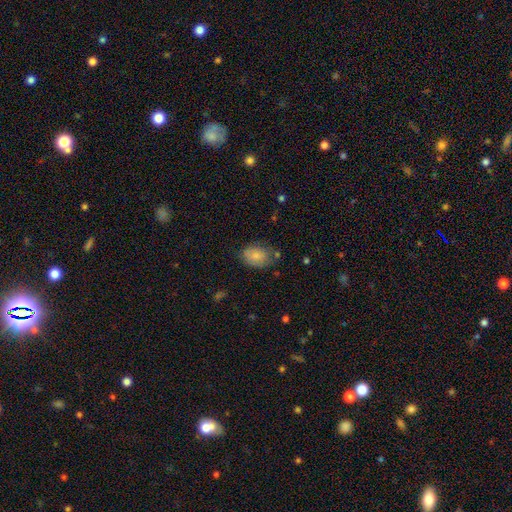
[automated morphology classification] smooth 81%, featured or disk 12%, star or artifact 7%. Down the decision tree: how rounded — in between (76%); merging — none (65%).